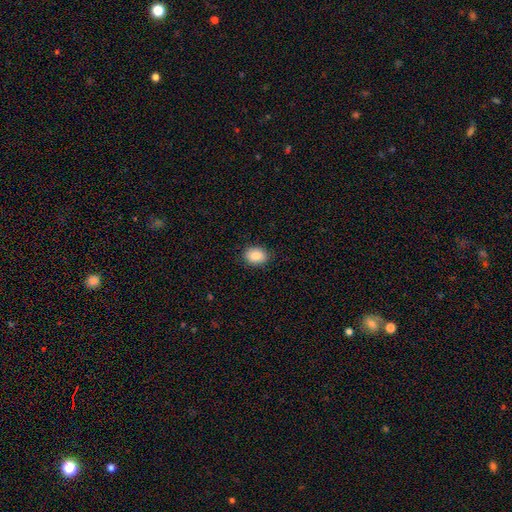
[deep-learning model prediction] A smooth galaxy with no disk features (87%) that is in between round and cigar-shaped (71%).

Vote fractions:
- Smooth or featured? smooth: 87% / star or artifact: 8% / featured or disk: 5%
- How rounded? in between: 71% / round: 28% / cigar-shaped: 1%
- Merging? none: 87% / minor disturbance: 10% / major disturbance: 2% / merger: 1%